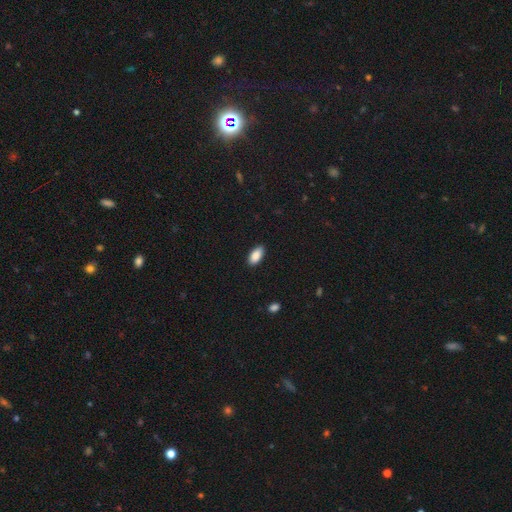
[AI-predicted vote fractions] Overall: smooth (89%). How rounded: in between (93%). Merging: none (88%).